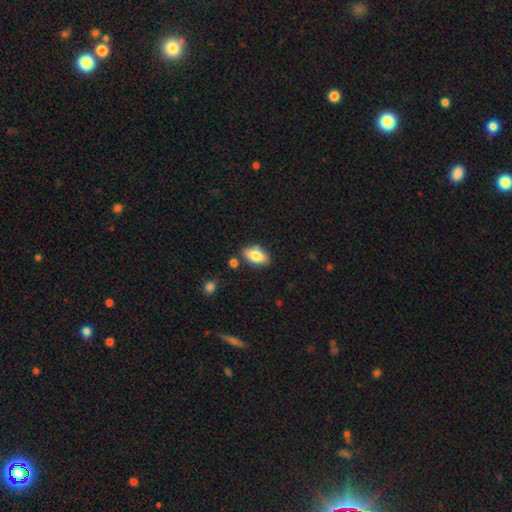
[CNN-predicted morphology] A smooth galaxy with no disk features (78%) that is in between round and cigar-shaped (89%). Merging: none (79%).